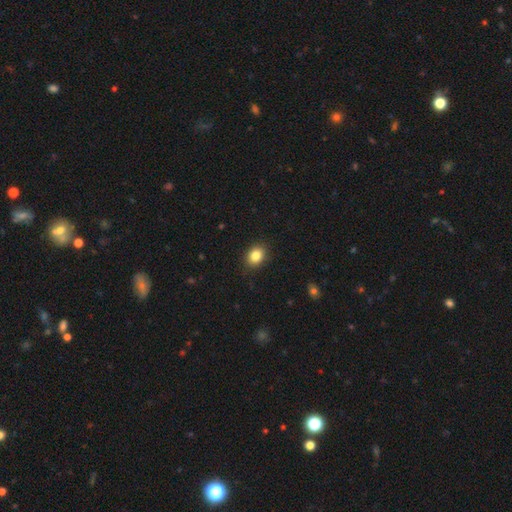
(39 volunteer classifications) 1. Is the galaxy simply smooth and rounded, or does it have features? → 82% smooth, 13% star or artifact, 5% featured or disk.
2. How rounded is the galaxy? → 81% in between, 19% round, 0% cigar-shaped.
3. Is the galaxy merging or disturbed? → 79% none, 21% minor disturbance, 0% major disturbance, 0% merger.